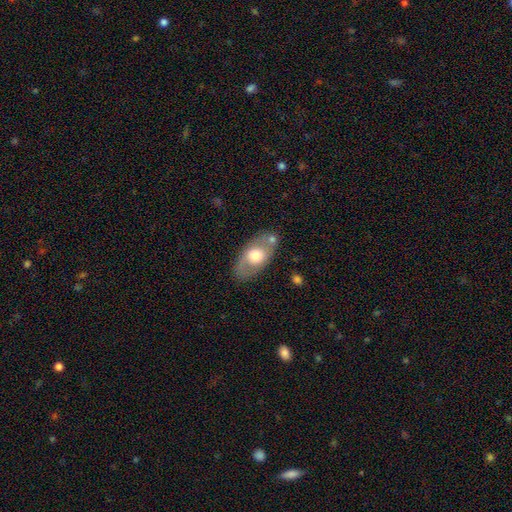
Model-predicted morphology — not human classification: Smooth or featured? Predicted: smooth (p=0.51). How rounded? Predicted: in between (p=0.89). Merging? Predicted: none (p=0.72).